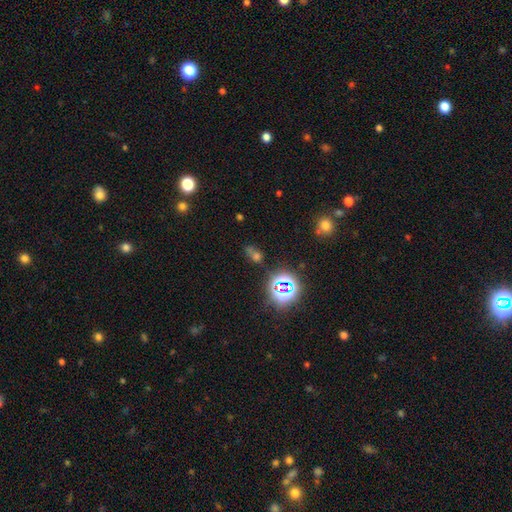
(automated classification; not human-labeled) A star or artifact, not a galaxy (53%).

Vote fractions:
- Smooth or featured? star or artifact: 53% / smooth: 35% / featured or disk: 12%